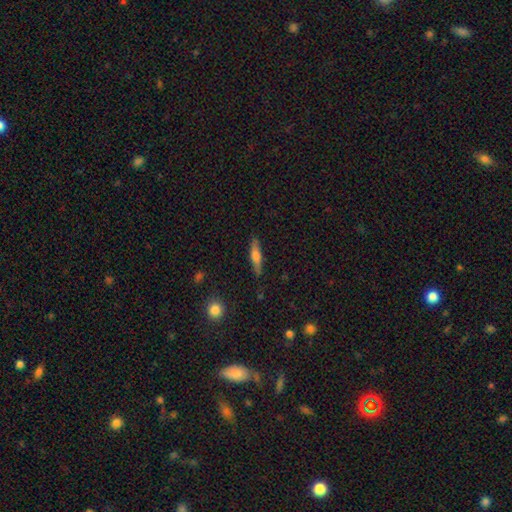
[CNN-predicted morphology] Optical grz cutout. It shows a smooth galaxy with no disk features (60%) that is cigar-shaped (78%). Merging: none (83%).